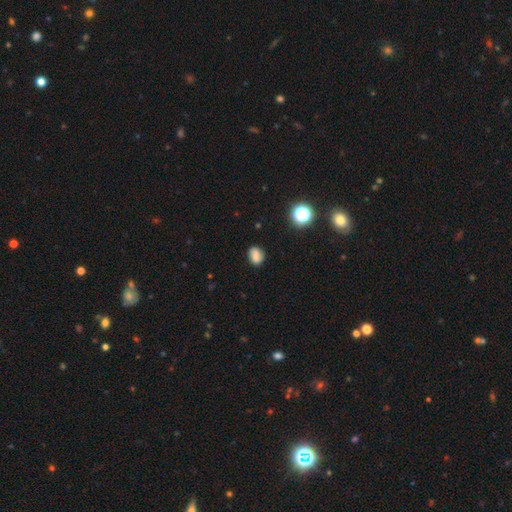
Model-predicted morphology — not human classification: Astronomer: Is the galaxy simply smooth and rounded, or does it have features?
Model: smooth — 76%.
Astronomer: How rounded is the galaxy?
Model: in between — 67%.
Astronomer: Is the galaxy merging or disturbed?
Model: none — 80%.